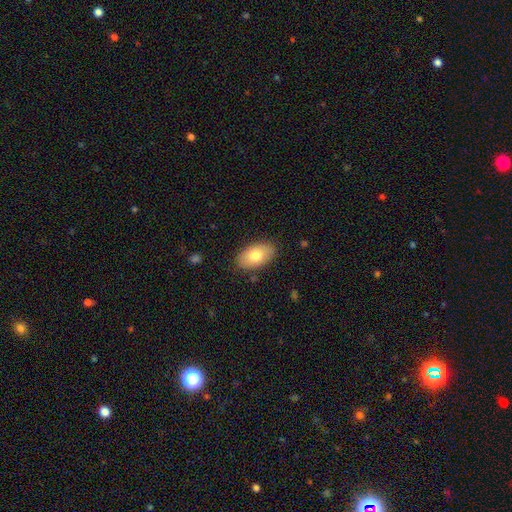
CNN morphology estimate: This appears to be a smooth galaxy with no disk features (76%) that is in between round and cigar-shaped (93%). Merging: none (86%).